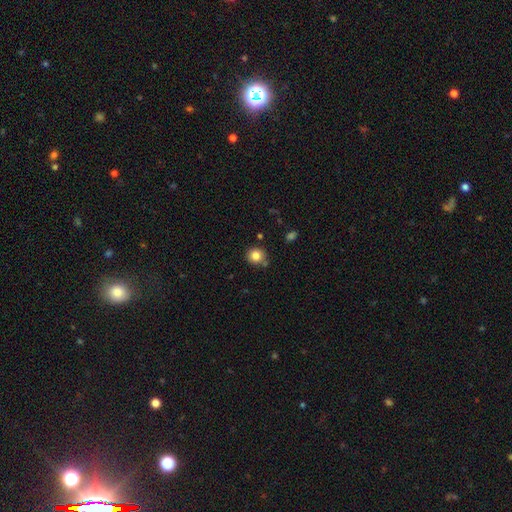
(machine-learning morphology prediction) The model was most divided on "merging": none: 78%, minor disturbance: 12%, merger: 7%, major disturbance: 3%. More confident: how rounded — round (89%); smooth or featured — smooth (83%).